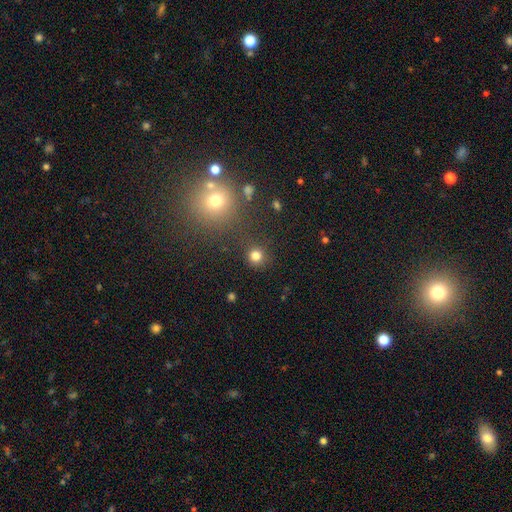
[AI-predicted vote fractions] Morphology: type=smooth (79%); roundness=round (93%); merging=none (85%).